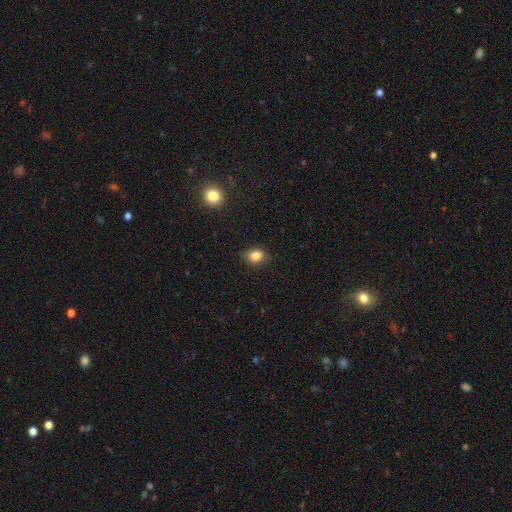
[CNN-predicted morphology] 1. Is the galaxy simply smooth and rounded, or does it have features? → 82% smooth, 11% star or artifact, 7% featured or disk.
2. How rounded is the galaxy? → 54% in between, 45% round, 1% cigar-shaped.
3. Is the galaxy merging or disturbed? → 79% none, 17% minor disturbance, 3% major disturbance, 1% merger.